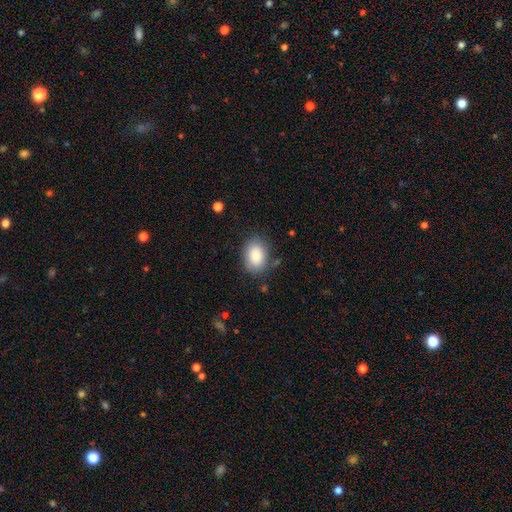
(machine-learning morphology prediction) A smooth galaxy with no disk features (83%) that is in between round and cigar-shaped (76%).

Vote fractions:
- Smooth or featured? smooth: 83% / featured or disk: 9% / star or artifact: 7%
- How rounded? in between: 76% / round: 23% / cigar-shaped: 1%
- Merging? none: 78% / minor disturbance: 15% / major disturbance: 5% / merger: 2%